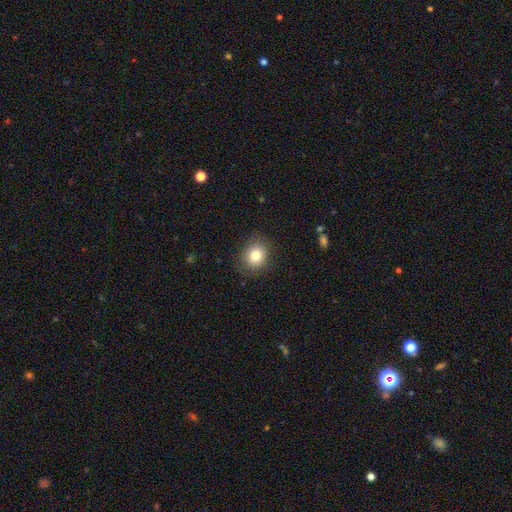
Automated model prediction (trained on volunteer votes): smooth_or_featured: smooth (p=0.81) [alt: star or artifact p=0.11]
how_rounded: round (p=0.71) [alt: in between p=0.28]
merging: none (p=0.85) [alt: minor disturbance p=0.11]